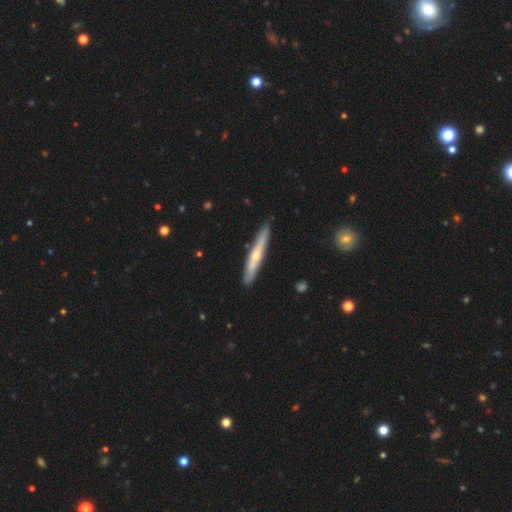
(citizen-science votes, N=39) Overall: featured or disk (49%; smooth 46%). Edge-on disk: yes (89%). Edge-on bulge: rounded (88%). Merging: none (68%).